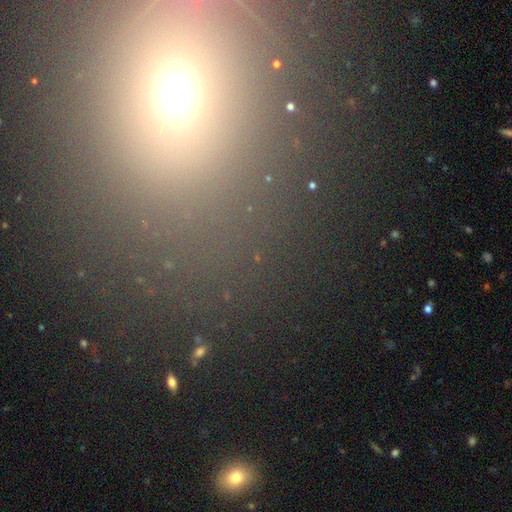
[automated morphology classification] smooth_or_featured: star or artifact (p=0.45) [alt: smooth p=0.43]